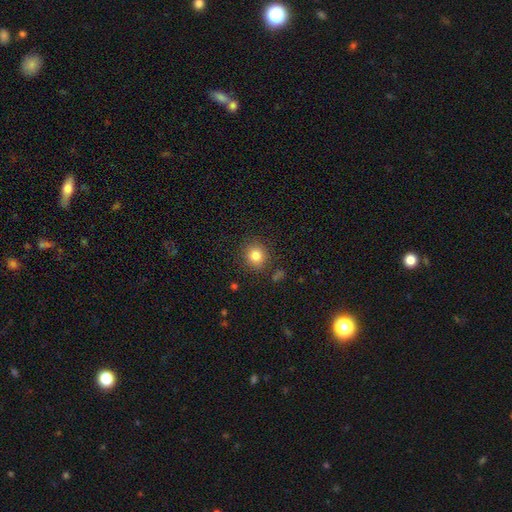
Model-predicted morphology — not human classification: A smooth galaxy with no disk features (83%) that is round (85%). Merging: none (86%).